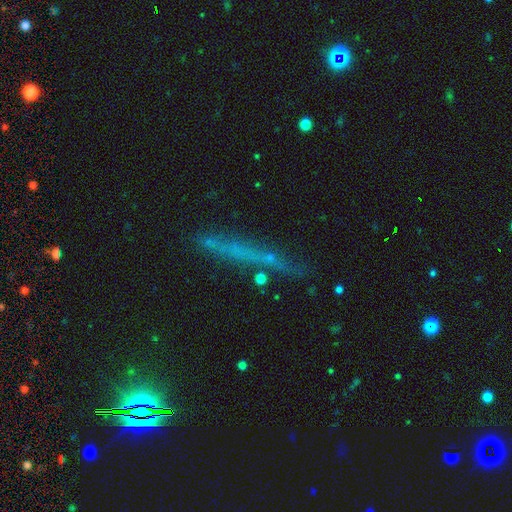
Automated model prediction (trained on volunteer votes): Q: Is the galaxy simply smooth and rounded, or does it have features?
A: smooth — 39%.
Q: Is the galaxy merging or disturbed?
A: none — 74%.